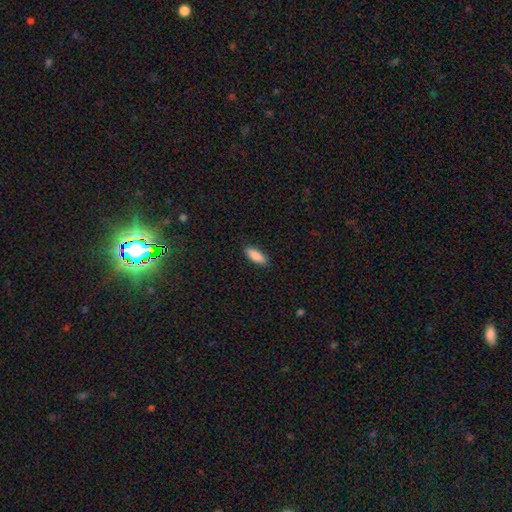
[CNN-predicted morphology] smooth 88%, featured or disk 6%, star or artifact 6%. Down the decision tree: how rounded — in between (67%); merging — none (89%).